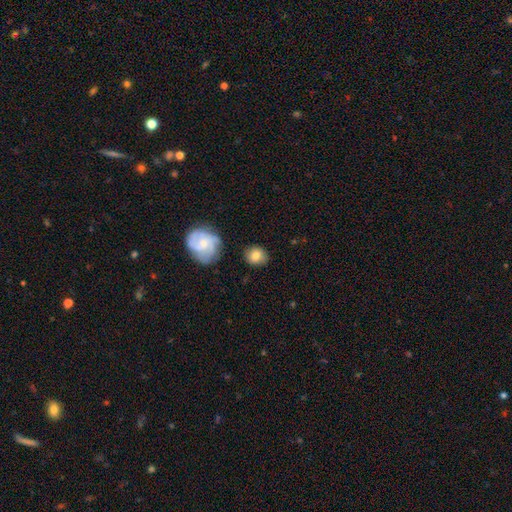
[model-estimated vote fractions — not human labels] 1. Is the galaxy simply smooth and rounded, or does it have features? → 77% smooth, 16% featured or disk, 7% star or artifact.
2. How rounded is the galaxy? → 76% round, 22% in between, 1% cigar-shaped.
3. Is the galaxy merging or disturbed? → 79% none, 14% minor disturbance, 4% major disturbance, 3% merger.